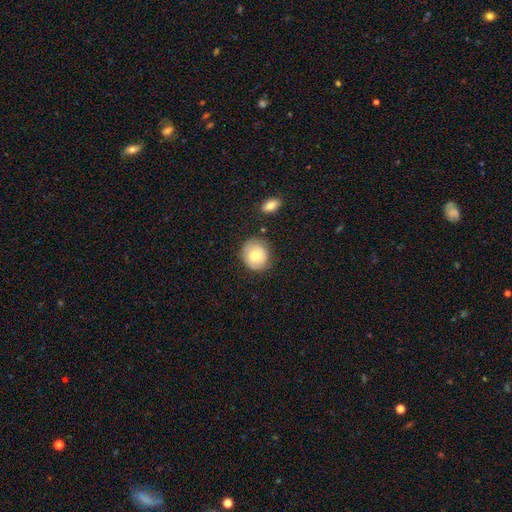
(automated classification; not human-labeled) Overall: smooth (67%). How rounded: round (78%). Merging: none (75%).